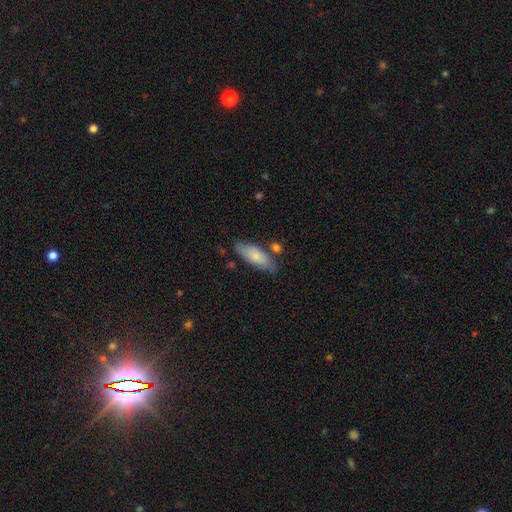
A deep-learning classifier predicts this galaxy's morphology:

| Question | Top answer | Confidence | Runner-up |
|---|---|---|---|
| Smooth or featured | smooth | 77% | featured or disk (17%) |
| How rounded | in between | 66% | cigar-shaped (32%) |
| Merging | none | 72% | minor disturbance (17%) |